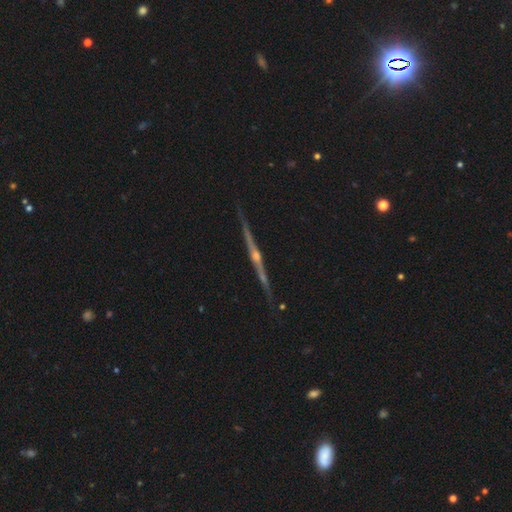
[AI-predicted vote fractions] Smooth or featured: featured or disk — 87% (smooth — 7%)
Edge-on disk: yes — 98% (no — 2%)
Edge-on bulge: rounded — 89% (none — 7%)
Merging: none — 88% (minor disturbance — 9%)